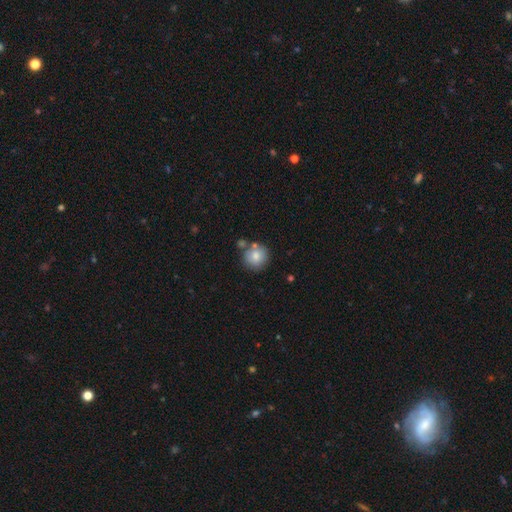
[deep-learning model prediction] Smooth or featured? Predicted: smooth (p=0.80). How rounded? Predicted: round (p=0.92). Merging? Predicted: none (p=0.70).